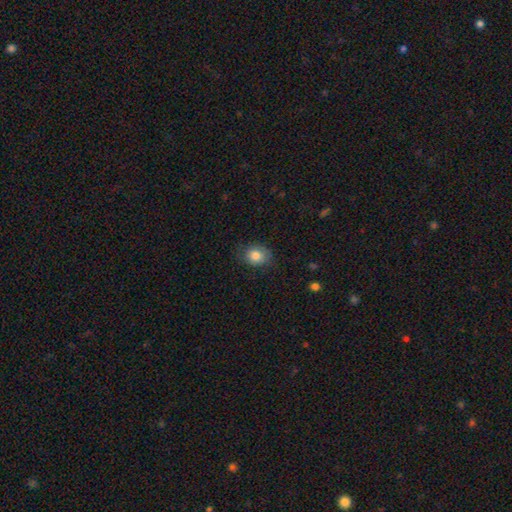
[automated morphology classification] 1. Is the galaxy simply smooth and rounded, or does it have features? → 82% smooth, 9% star or artifact, 9% featured or disk.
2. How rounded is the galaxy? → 55% round, 44% in between, 1% cigar-shaped.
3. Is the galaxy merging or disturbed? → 76% none, 19% minor disturbance, 5% major disturbance, 1% merger.